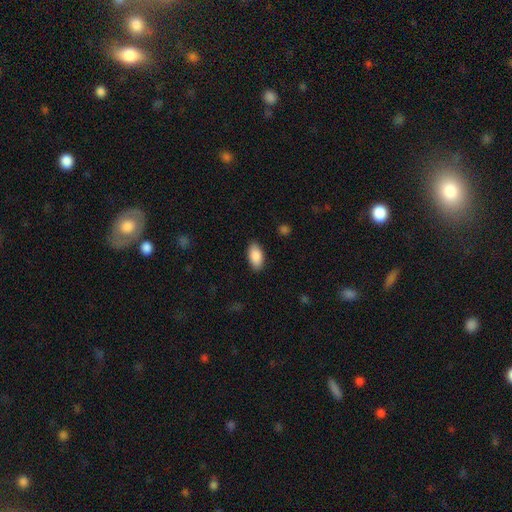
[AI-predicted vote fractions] Smooth or featured? smooth (89%)
How rounded? in between (94%)
Merging? none (87%)